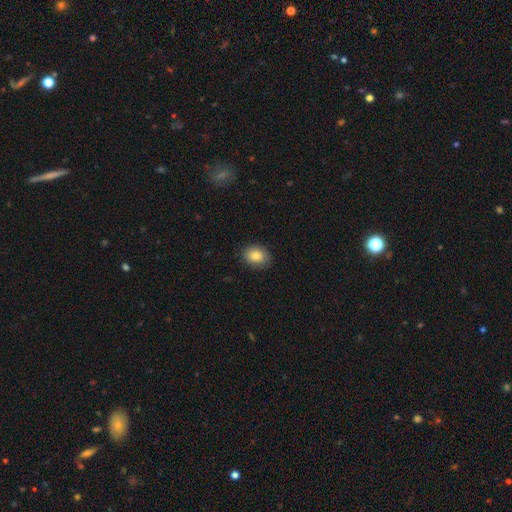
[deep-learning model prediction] smooth 83%, star or artifact 9%, featured or disk 8%. Down the decision tree: how rounded — in between (58%); merging — none (87%).